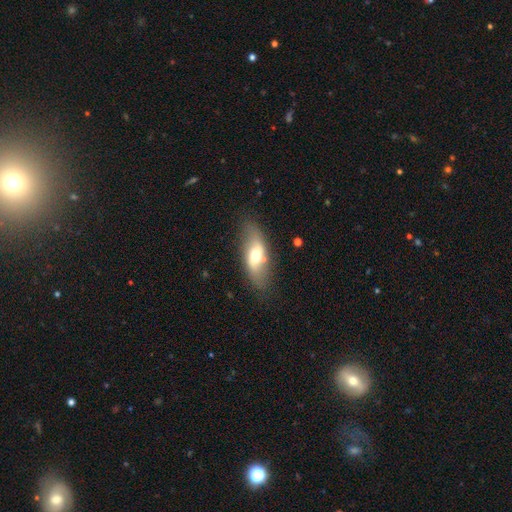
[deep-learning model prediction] Smooth or featured: smooth — 49% (featured or disk — 43%)
Merging: none — 73% (minor disturbance — 17%)